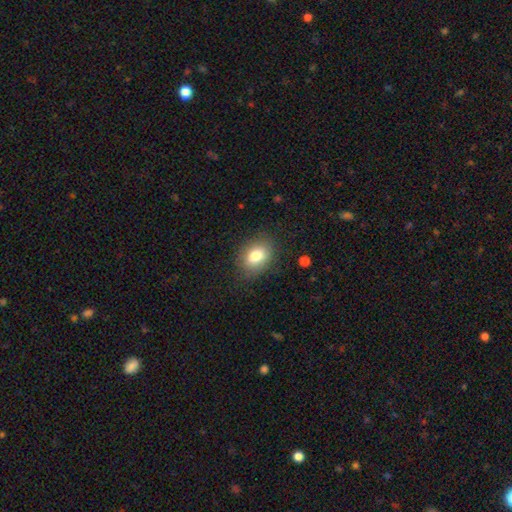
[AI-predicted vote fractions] Morphology: type=smooth (80%); roundness=in between (71%); merging=none (81%).